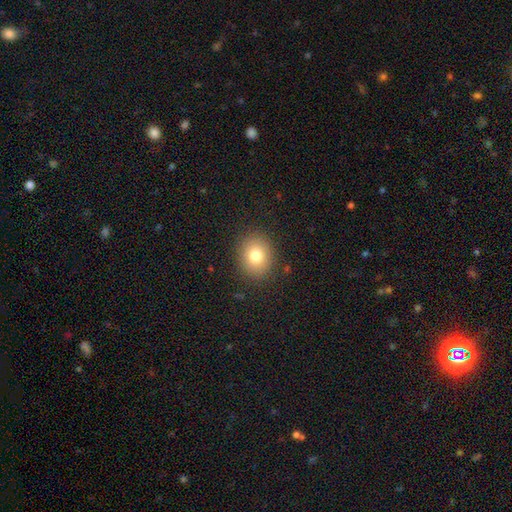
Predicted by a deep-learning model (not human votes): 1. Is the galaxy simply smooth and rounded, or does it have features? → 79% smooth, 11% star or artifact, 10% featured or disk.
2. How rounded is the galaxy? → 62% round, 37% in between, 1% cigar-shaped.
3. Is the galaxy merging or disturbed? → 87% none, 8% minor disturbance, 3% major disturbance, 1% merger.